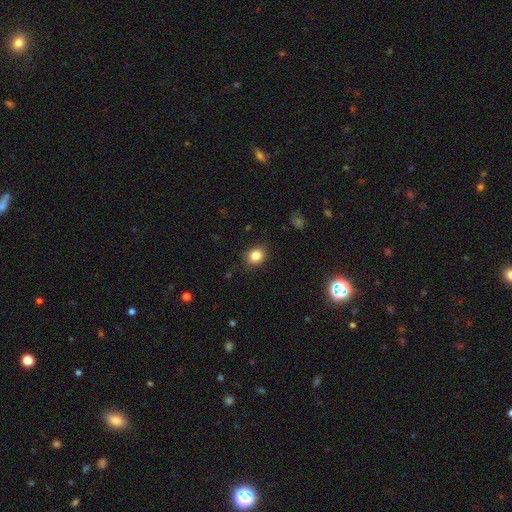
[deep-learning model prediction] smooth-or-featured: smooth: 84% | star or artifact: 11% | featured or disk: 6%
  how-rounded: round: 69% | in between: 30% | cigar-shaped: 1%
  merging: none: 85% | minor disturbance: 11% | major disturbance: 3% | merger: 1%